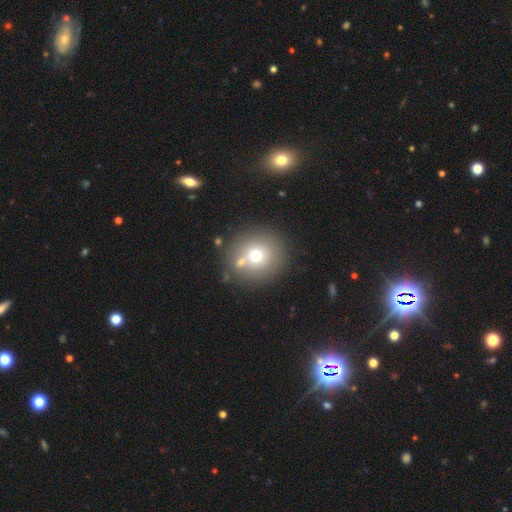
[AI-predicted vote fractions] This is likely a smooth galaxy (70%). How rounded: clearly round (89%). Merging: likely none (72%).